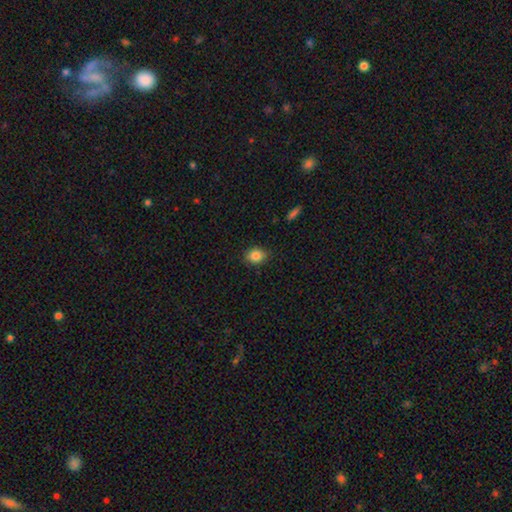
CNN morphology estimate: Overall: smooth (85%). How rounded: round (50%; in between 49%). Merging: none (84%).